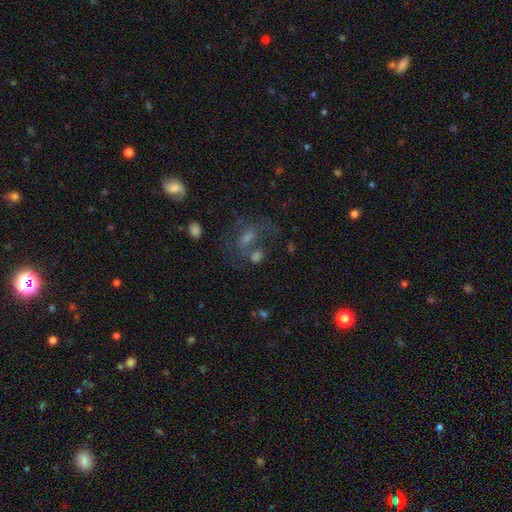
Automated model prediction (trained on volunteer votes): smooth 41%, featured or disk 37%, star or artifact 21%. Down the decision tree: merging — none (38%).